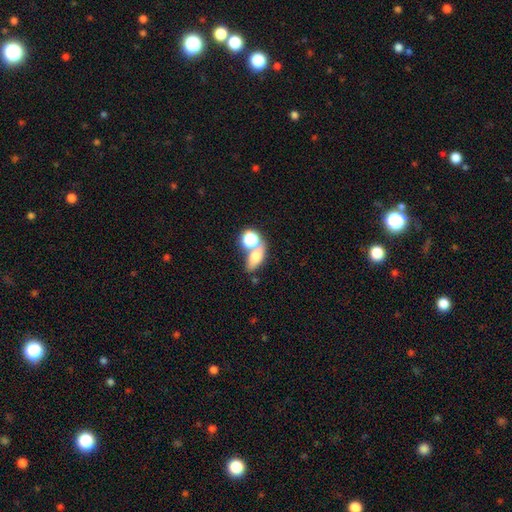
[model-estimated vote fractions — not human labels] This appears to be a smooth galaxy with no disk features (66%) that is in between round and cigar-shaped (67%). Merging: none (45%).